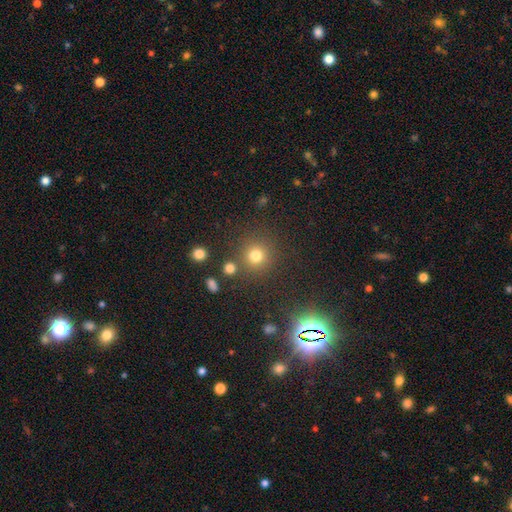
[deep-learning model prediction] Smooth or featured: smooth — 77% (star or artifact — 17%)
How rounded: round — 92% (in between — 7%)
Merging: none — 82% (minor disturbance — 8%)